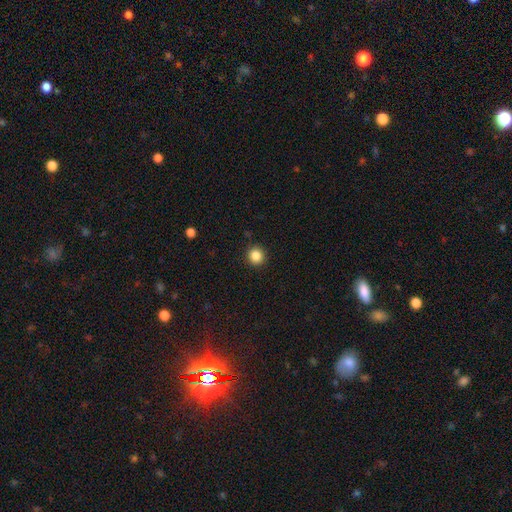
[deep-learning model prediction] A smooth galaxy with no disk features (86%) that is round (93%).

Vote fractions:
- Smooth or featured? smooth: 86% / star or artifact: 10% / featured or disk: 3%
- How rounded? round: 93% / in between: 6% / cigar-shaped: 1%
- Merging? none: 91% / minor disturbance: 6% / major disturbance: 2% / merger: 1%